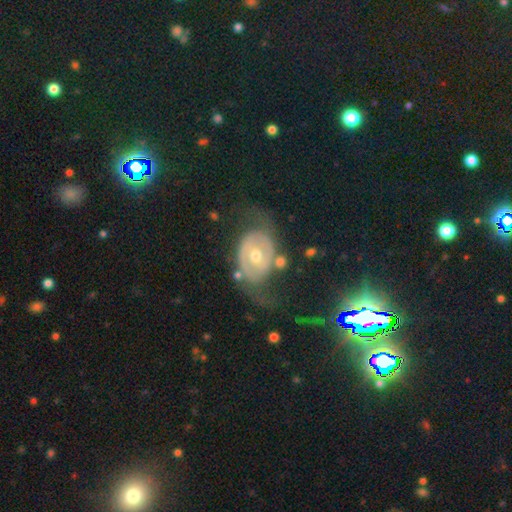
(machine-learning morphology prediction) Smooth or featured?
  - featured or disk: 74% *
  - smooth: 18%
  - star or artifact: 8%
Edge-on disk?
  - no: 95% *
  - yes: 5%
Bar?
  - no: 64% *
  - weak: 27%
  - strong: 10%
Spiral arms?
  - yes: 66% *
  - no: 34%
Bulge size?
  - moderate: 64% *
  - small: 31%
  - large: 3%
  - none: 1%
  - dominant: 1%
Merging?
  - none: 49% *
  - major disturbance: 24%
  - minor disturbance: 22%
  - merger: 6%